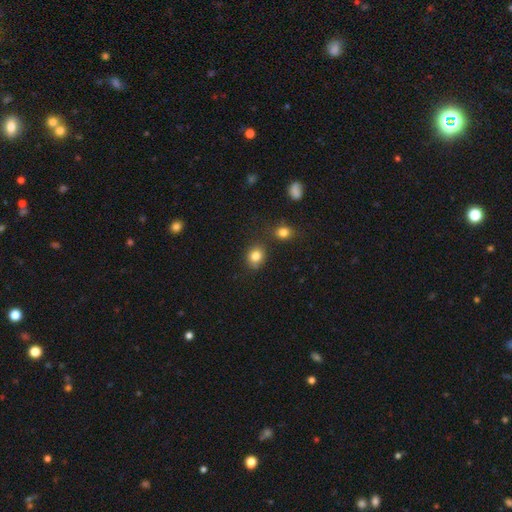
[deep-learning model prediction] A smooth galaxy with no disk features (83%) that is round (67%).

Vote fractions:
- Smooth or featured? smooth: 83% / star or artifact: 11% / featured or disk: 6%
- How rounded? round: 67% / in between: 32% / cigar-shaped: 1%
- Merging? none: 75% / minor disturbance: 14% / merger: 7% / major disturbance: 4%